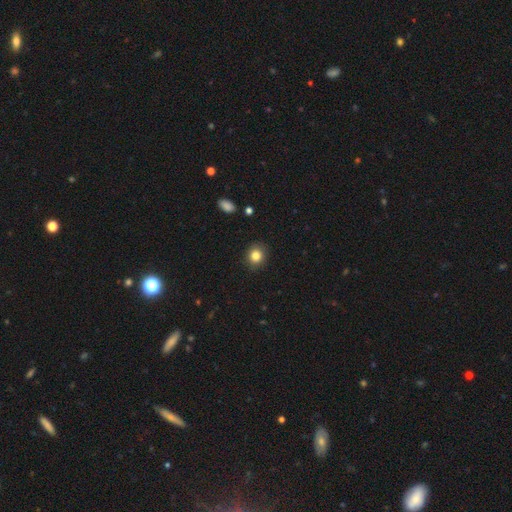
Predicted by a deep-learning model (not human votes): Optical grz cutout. It shows a smooth galaxy with no disk features (84%) that is round (76%). Merging: none (88%).